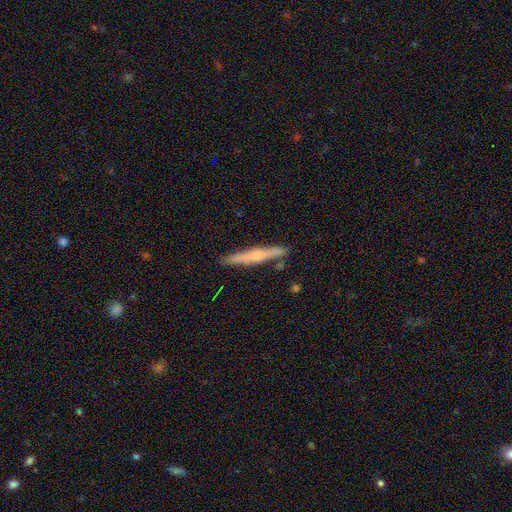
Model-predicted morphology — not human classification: Smooth or featured?
  - featured or disk: 52% *
  - smooth: 42%
  - star or artifact: 6%
Edge-on disk?
  - yes: 97% *
  - no: 3%
Edge-on bulge?
  - rounded: 60% *
  - none: 29%
  - boxy: 12%
Merging?
  - none: 87% *
  - minor disturbance: 9%
  - merger: 3%
  - major disturbance: 2%